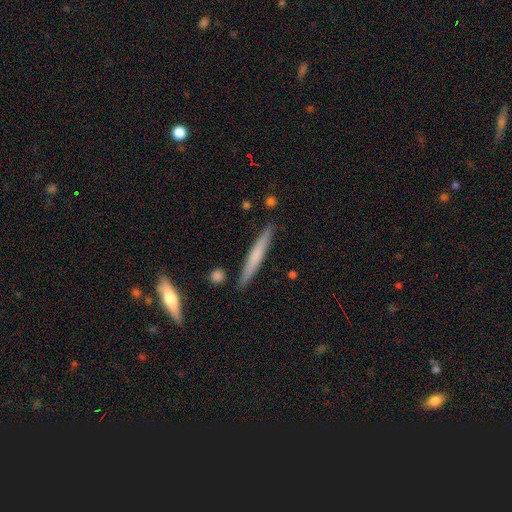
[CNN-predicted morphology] A smooth galaxy with no disk features (56%) that is cigar-shaped (96%). Merging: none (87%).